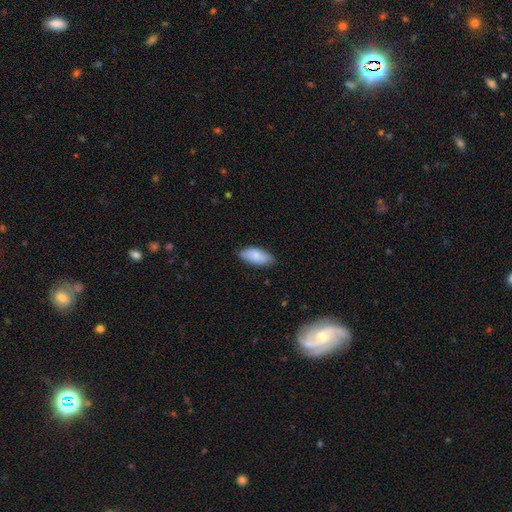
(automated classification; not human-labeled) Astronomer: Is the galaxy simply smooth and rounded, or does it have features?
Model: smooth — 82%.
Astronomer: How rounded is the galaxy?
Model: in between — 89%.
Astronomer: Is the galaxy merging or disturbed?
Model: none — 81%.